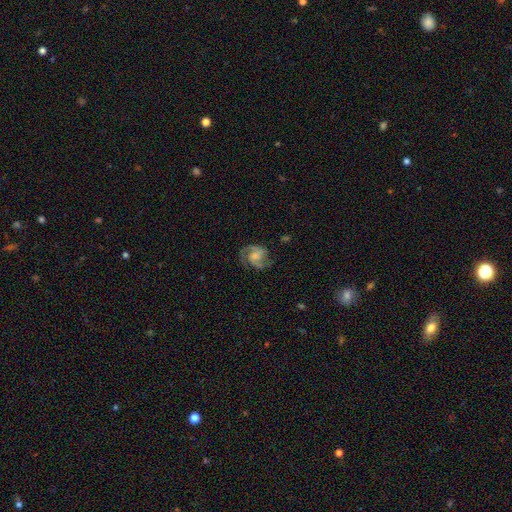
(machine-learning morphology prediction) Overall: featured or disk (82%). Edge-on disk: no (98%). Bar: no (45%; weak 44%). Spiral arms: yes (96%). Spiral arm count: 2 (81%). Spiral winding: medium (55%; tight 28%). Bulge size: moderate (30%, tied with small). Merging: none (72%).